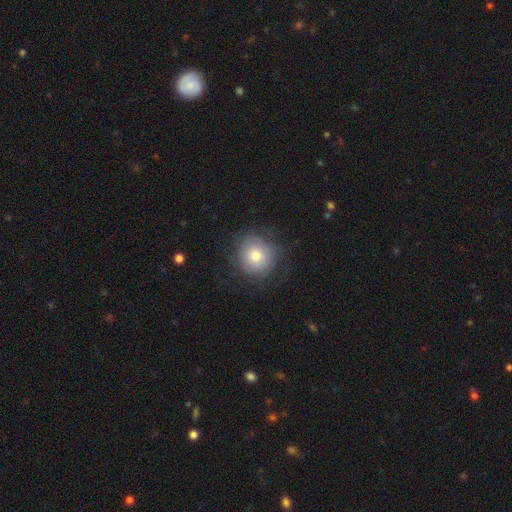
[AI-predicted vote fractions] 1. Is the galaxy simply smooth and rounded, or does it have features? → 68% smooth, 23% featured or disk, 9% star or artifact.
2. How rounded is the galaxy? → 90% round, 9% in between, 1% cigar-shaped.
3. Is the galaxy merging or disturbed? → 73% none, 16% minor disturbance, 10% major disturbance, 1% merger.